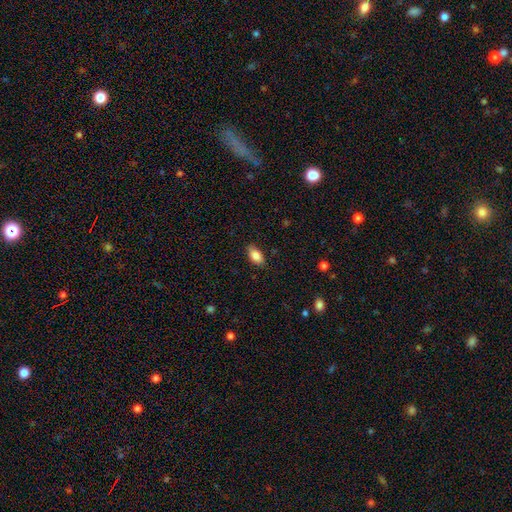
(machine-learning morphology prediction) Smooth or featured?
  - smooth: 85% *
  - featured or disk: 8%
  - star or artifact: 8%
How rounded?
  - in between: 91% *
  - round: 5%
  - cigar-shaped: 4%
Merging?
  - none: 83% *
  - minor disturbance: 13%
  - major disturbance: 3%
  - merger: 1%